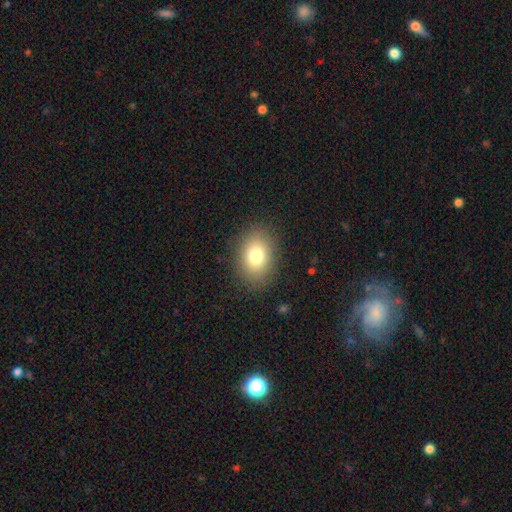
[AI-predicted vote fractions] Q: Smooth or featured?
A: smooth (78%); runner-up: featured or disk (11%)
Q: How rounded?
A: in between (71%); runner-up: round (28%)
Q: Merging?
A: none (86%); runner-up: minor disturbance (9%)